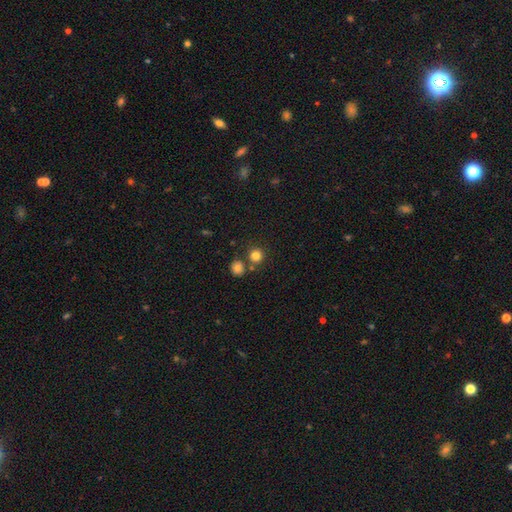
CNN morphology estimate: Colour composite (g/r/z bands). It shows a smooth galaxy with no disk features (81%) that is round (92%). Merging: none (75%).